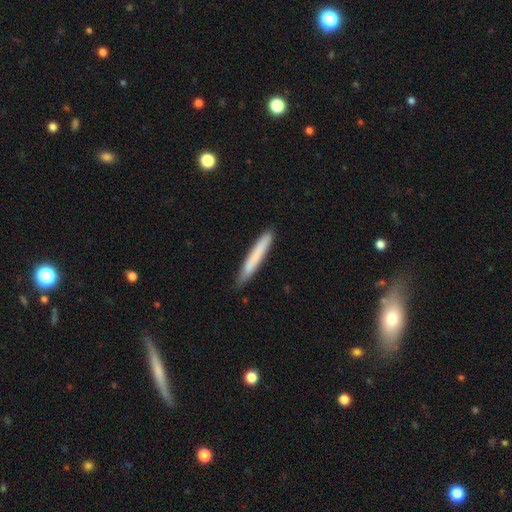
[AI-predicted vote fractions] Smooth or featured? smooth (73%)
How rounded? cigar-shaped (96%)
Merging? none (88%)